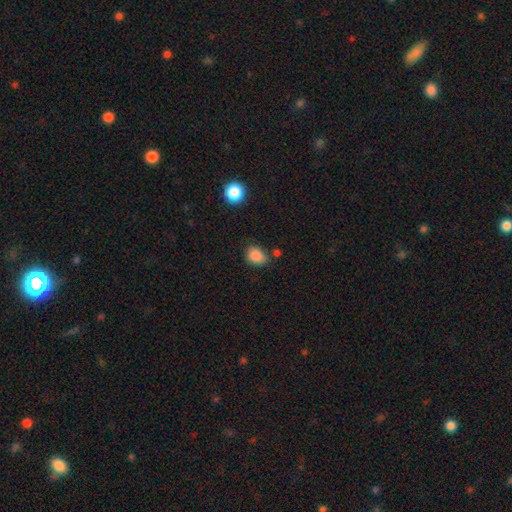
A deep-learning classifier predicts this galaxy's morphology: This appears to be a smooth galaxy with no disk features (86%) that is in between round and cigar-shaped (58%). Merging: none (60%).